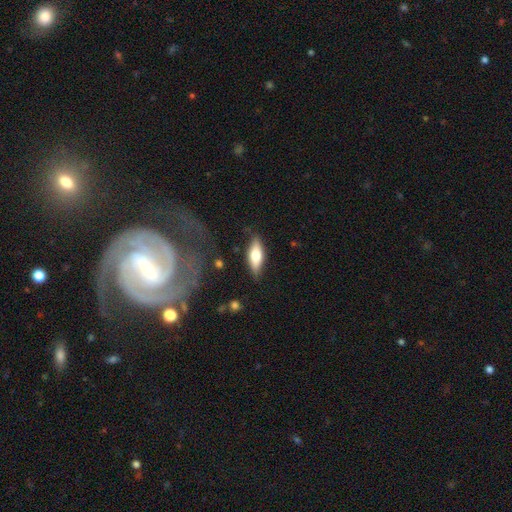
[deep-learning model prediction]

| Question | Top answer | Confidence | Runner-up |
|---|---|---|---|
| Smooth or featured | smooth | 62% | featured or disk (33%) |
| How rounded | in between | 60% | cigar-shaped (38%) |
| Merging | none | 80% | minor disturbance (15%) |